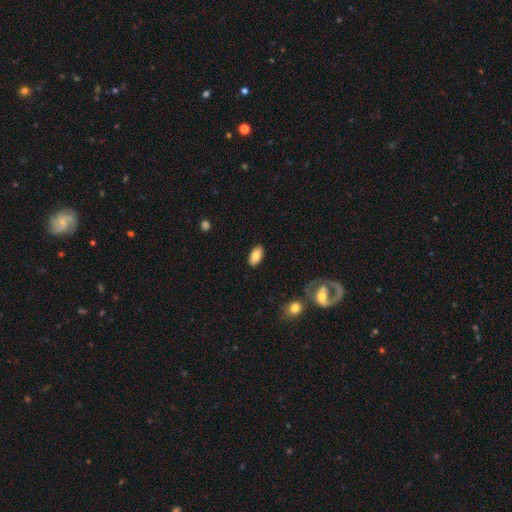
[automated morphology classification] Overall: smooth (84%). How rounded: in between (93%). Merging: none (89%).